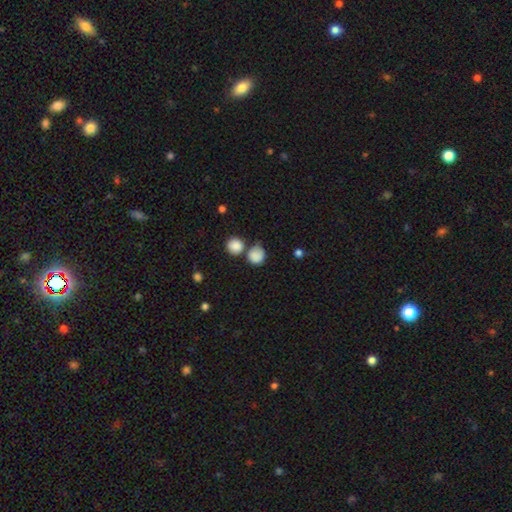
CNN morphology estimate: The model was most divided on "merging": none: 52%, merger: 28%, minor disturbance: 15%, major disturbance: 5%. More confident: smooth or featured — smooth (85%); how rounded — round (82%).